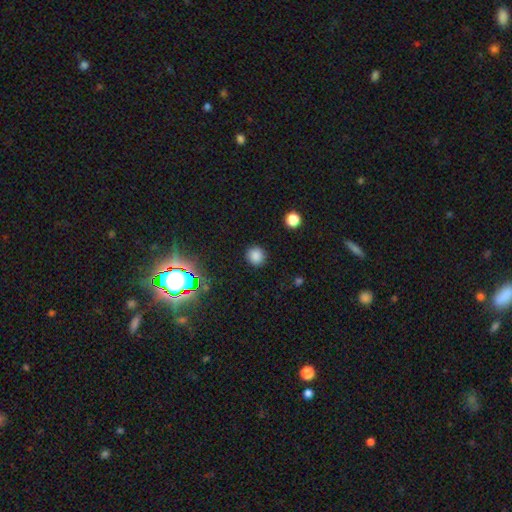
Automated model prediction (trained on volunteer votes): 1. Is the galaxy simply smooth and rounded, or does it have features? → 82% smooth, 14% star or artifact, 4% featured or disk.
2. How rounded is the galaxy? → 92% round, 7% in between, 1% cigar-shaped.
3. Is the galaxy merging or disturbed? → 91% none, 6% minor disturbance, 2% major disturbance, 1% merger.